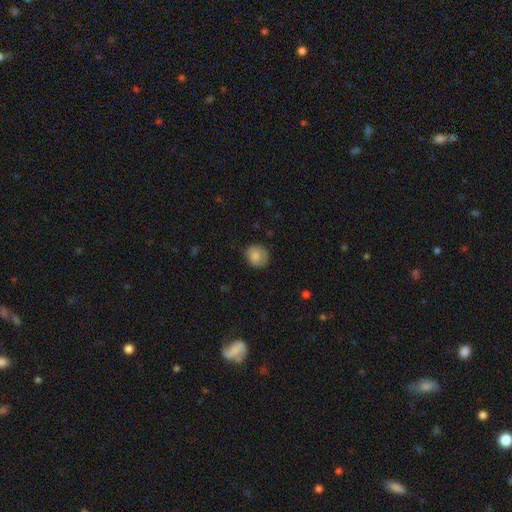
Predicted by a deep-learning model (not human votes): A smooth galaxy with no disk features (83%) that is round (77%). Merging: none (68%).